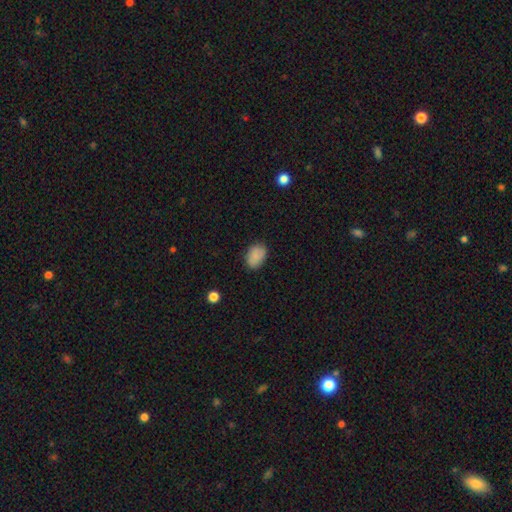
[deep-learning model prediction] Smooth or featured? smooth (87%)
How rounded? in between (82%)
Merging? none (81%)